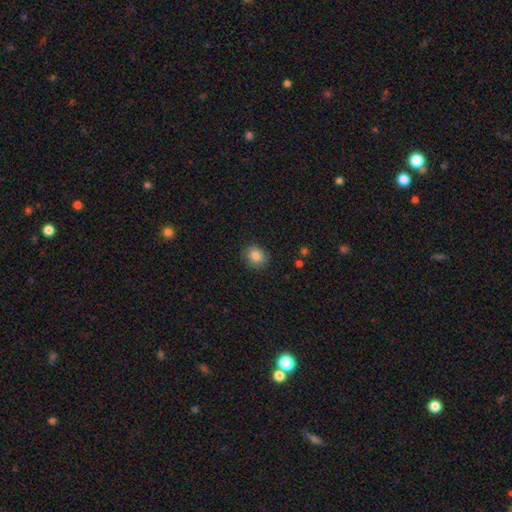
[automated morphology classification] Smooth or featured? smooth (84%)
How rounded? round (62%)
Merging? none (88%)